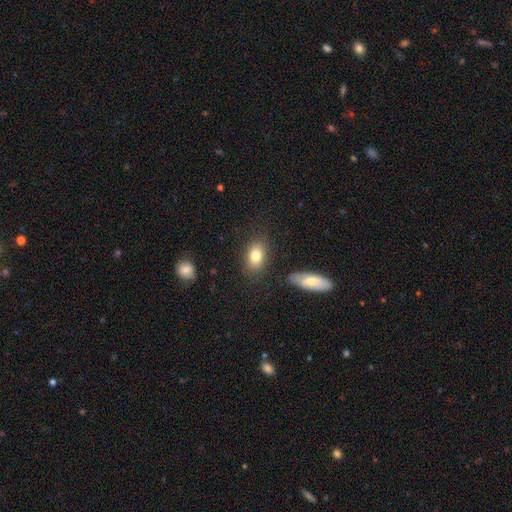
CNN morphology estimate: This appears to be a smooth galaxy with no disk features (80%) that is in between round and cigar-shaped (84%). Merging: none (81%).